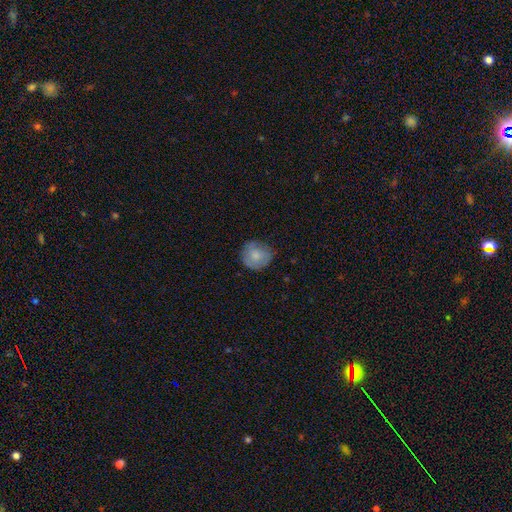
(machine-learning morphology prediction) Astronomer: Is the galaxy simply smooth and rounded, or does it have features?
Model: smooth — 75%.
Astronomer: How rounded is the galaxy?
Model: round — 89%.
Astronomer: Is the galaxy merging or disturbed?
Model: none — 74%.